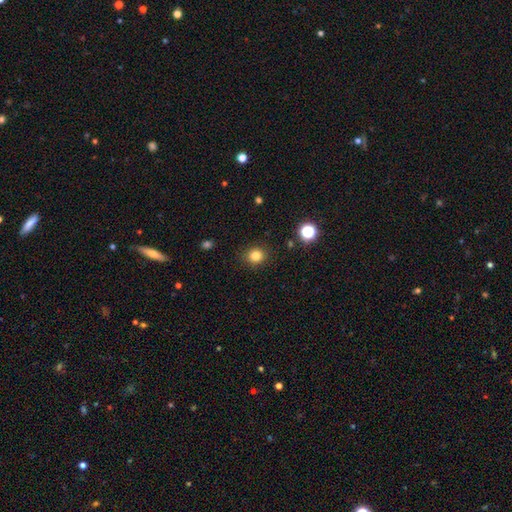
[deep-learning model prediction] Smooth or featured? Predicted: smooth (p=0.82). How rounded? Predicted: round (p=0.87). Merging? Predicted: none (p=0.90).